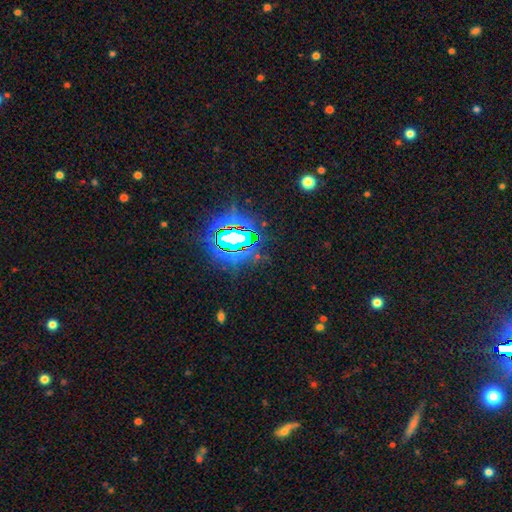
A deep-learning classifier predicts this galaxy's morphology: star or artifact 82%, smooth 10%, featured or disk 8%.